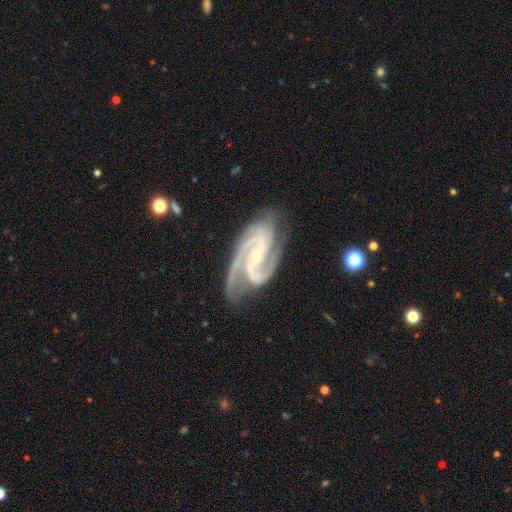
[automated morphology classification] smooth-or-featured: featured or disk: 94% | star or artifact: 4% | smooth: 2%
  disk-edge-on: no: 97% | yes: 3%
    bar: strong: 35% | weak: 34% | no: 31%
    has-spiral-arms: yes: 99% | no: 1%
      spiral-winding: medium: 56% | tight: 34% | loose: 10%
      spiral-arm-count: 2: 44% | 3: 37% | 4: 6% | can't tell: 5% | 1: 4% | more than 4: 4%
    bulge-size: small: 74% | moderate: 23% | none: 1% | large: 1% | dominant: 1%
  merging: none: 72% | minor disturbance: 19% | major disturbance: 7% | merger: 2%